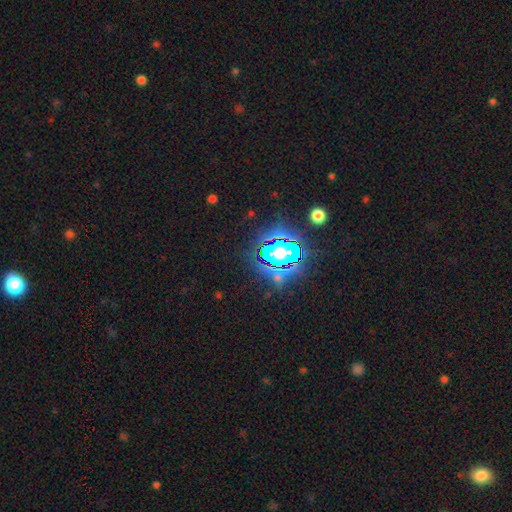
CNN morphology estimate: type=star or artifact (68%).